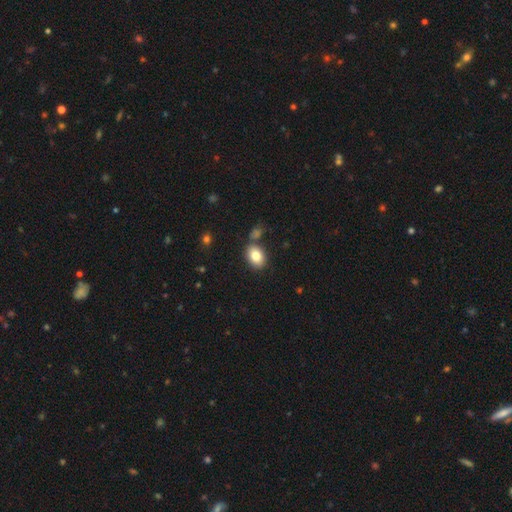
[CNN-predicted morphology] This is clearly a smooth galaxy (82%). How rounded: likely in between (76%). Merging: likely none (74%).